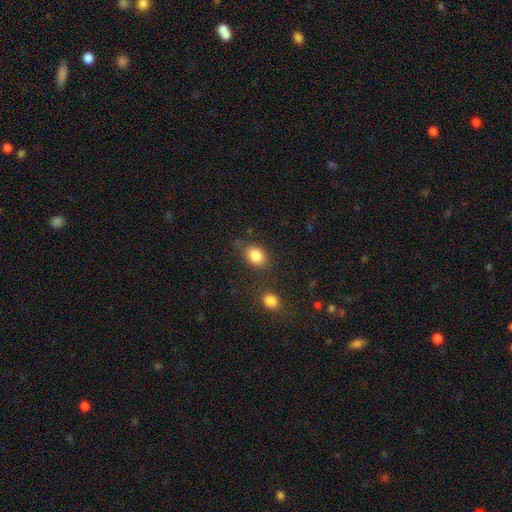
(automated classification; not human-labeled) A smooth galaxy with no disk features (84%) that is in between round and cigar-shaped (61%).

Vote fractions:
- Smooth or featured? smooth: 84% / star or artifact: 9% / featured or disk: 6%
- How rounded? in between: 61% / round: 38% / cigar-shaped: 1%
- Merging? none: 71% / minor disturbance: 16% / merger: 8% / major disturbance: 5%